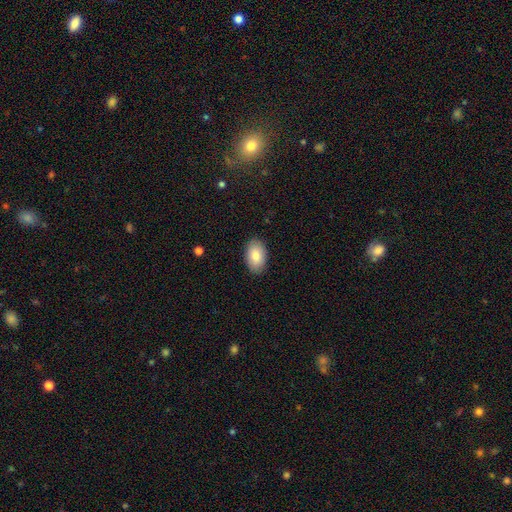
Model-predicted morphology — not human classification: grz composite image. It shows a smooth galaxy with no disk features (83%) that is in between round and cigar-shaped (92%). Merging: none (88%).